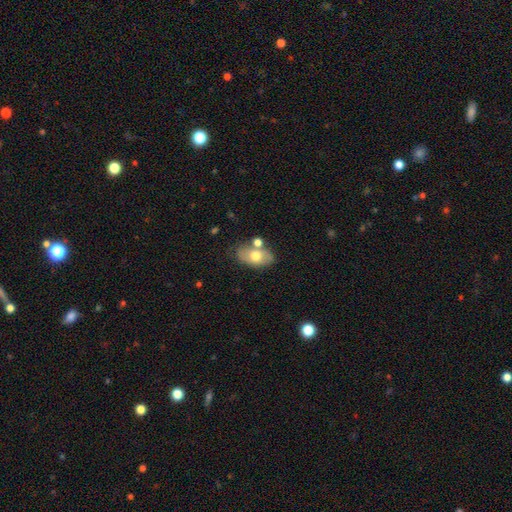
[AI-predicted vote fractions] A smooth galaxy with no disk features (62%) that is in between round and cigar-shaped (90%).

Vote fractions:
- Smooth or featured? smooth: 62% / featured or disk: 30% / star or artifact: 7%
- How rounded? in between: 90% / round: 8% / cigar-shaped: 2%
- Merging? none: 63% / minor disturbance: 16% / merger: 15% / major disturbance: 5%